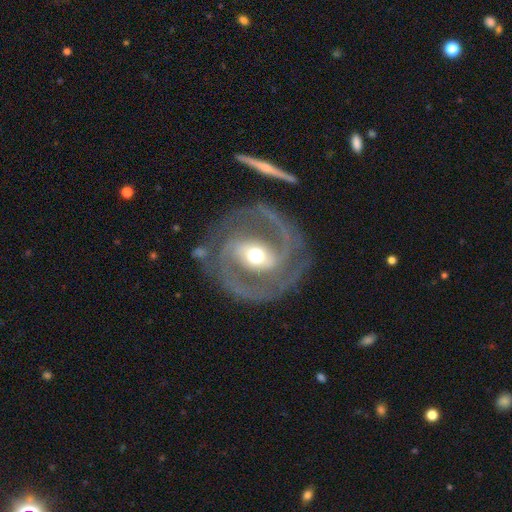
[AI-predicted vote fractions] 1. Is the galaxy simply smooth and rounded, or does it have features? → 89% featured or disk, 6% smooth, 5% star or artifact.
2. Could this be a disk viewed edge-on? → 97% no, 3% yes.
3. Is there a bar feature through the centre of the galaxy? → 42% strong, 34% weak, 24% no.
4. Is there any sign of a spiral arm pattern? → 95% yes, 5% no.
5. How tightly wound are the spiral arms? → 53% medium, 32% tight, 15% loose.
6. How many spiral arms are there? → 88% 2, 4% can't tell, 4% 3, 2% 1, 2% 4, 2% more than 4.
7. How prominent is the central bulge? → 66% moderate, 17% large, 14% small, 2% dominant, 1% none.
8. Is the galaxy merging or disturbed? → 77% none, 12% minor disturbance, 9% major disturbance, 2% merger.